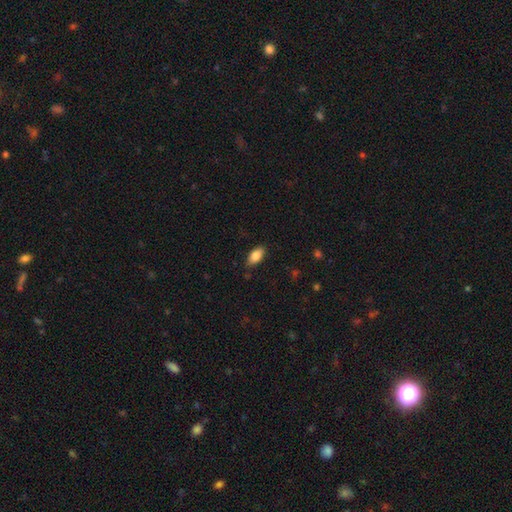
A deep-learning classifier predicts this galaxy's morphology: Q: Smooth or featured?
A: smooth (83%); runner-up: featured or disk (10%)
Q: How rounded?
A: in between (90%); runner-up: cigar-shaped (6%)
Q: Merging?
A: none (83%); runner-up: minor disturbance (13%)